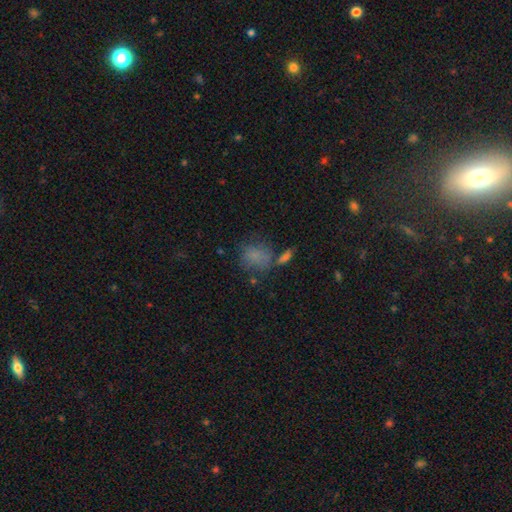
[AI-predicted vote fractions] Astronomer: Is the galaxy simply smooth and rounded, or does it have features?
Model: smooth — 72%.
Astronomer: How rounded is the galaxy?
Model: round — 52% (runner-up: in between, 46%).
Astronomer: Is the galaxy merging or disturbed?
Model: none — 46% (runner-up: minor disturbance, 21%).